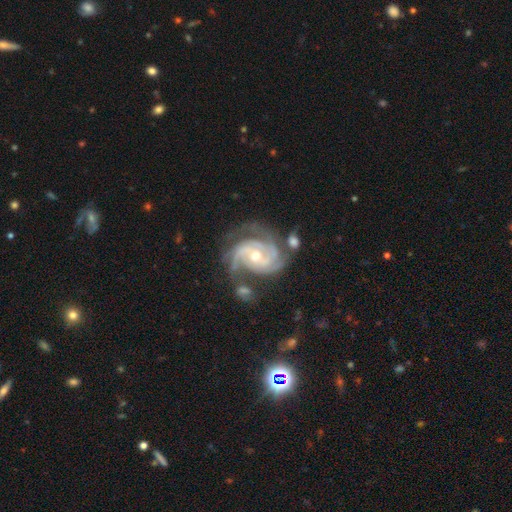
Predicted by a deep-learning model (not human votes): smooth-or-featured: featured or disk: 92% | star or artifact: 4% | smooth: 4%
  disk-edge-on: no: 98% | yes: 2%
    bar: no: 57% | weak: 31% | strong: 11%
    has-spiral-arms: yes: 98% | no: 2%
      spiral-winding: tight: 58% | medium: 36% | loose: 6%
      spiral-arm-count: 3: 49% | 2: 19% | 4: 13% | can't tell: 10% | more than 4: 5% | 1: 5%
    bulge-size: moderate: 57% | small: 39% | large: 2% | none: 1% | dominant: 1%
  merging: none: 57% | minor disturbance: 21% | major disturbance: 12% | merger: 9%